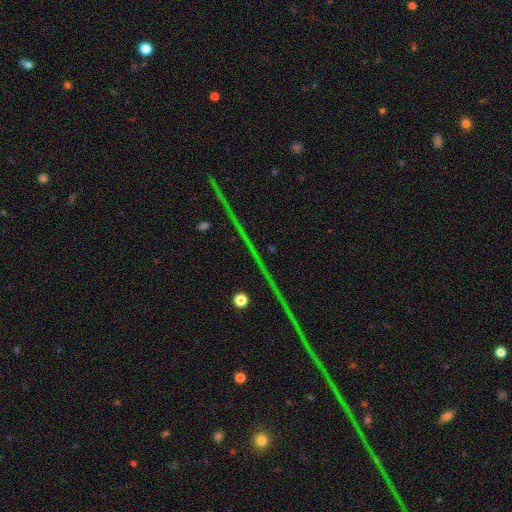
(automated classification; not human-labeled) Smooth or featured? Predicted: star or artifact (p=0.84).